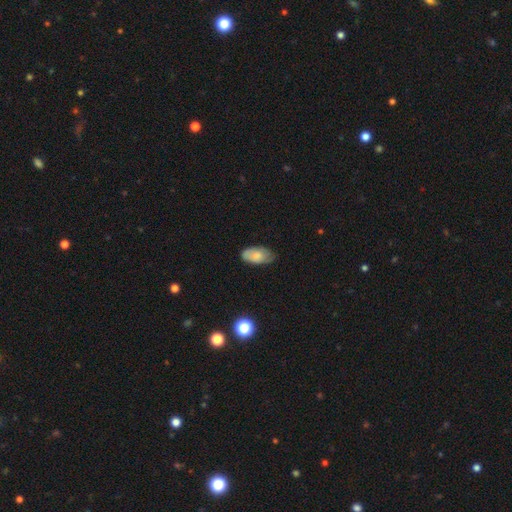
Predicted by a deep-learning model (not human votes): Smooth or featured? Predicted: smooth (p=0.76). How rounded? Predicted: in between (p=0.94). Merging? Predicted: none (p=0.68).